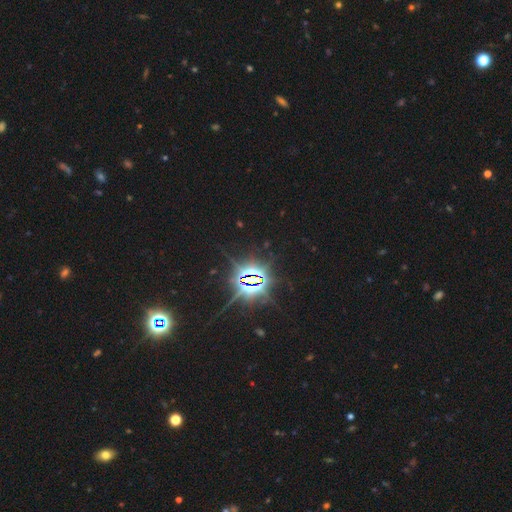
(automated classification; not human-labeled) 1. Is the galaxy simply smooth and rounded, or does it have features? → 85% star or artifact, 10% smooth, 6% featured or disk.